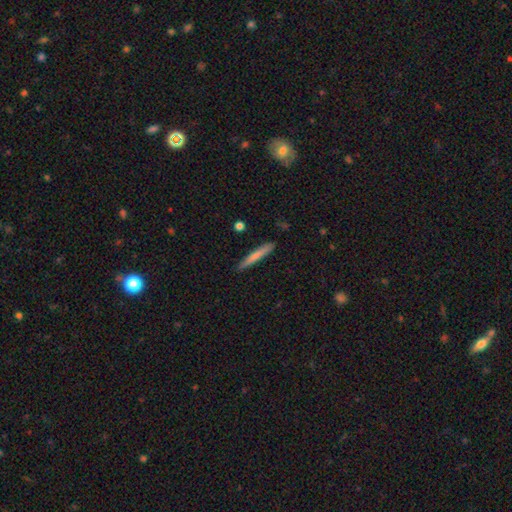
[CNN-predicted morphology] Smooth or featured?
  - smooth: 69% *
  - featured or disk: 25%
  - star or artifact: 6%
How rounded?
  - cigar-shaped: 95% *
  - in between: 4%
  - round: 1%
Merging?
  - none: 88% *
  - minor disturbance: 9%
  - major disturbance: 2%
  - merger: 2%